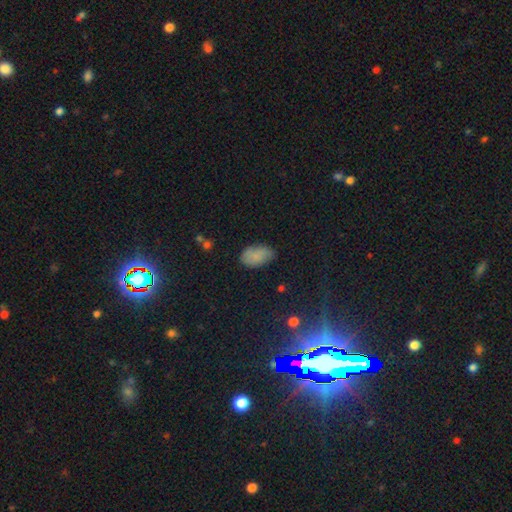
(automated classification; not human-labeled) Smooth or featured? smooth (78%)
How rounded? in between (93%)
Merging? none (69%)